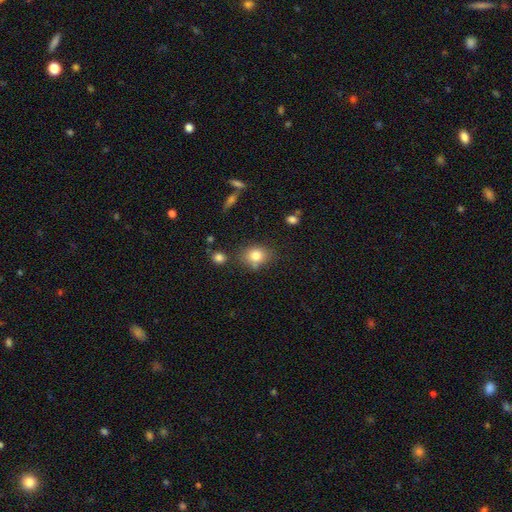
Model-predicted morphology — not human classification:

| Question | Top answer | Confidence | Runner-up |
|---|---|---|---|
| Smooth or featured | smooth | 80% | star or artifact (11%) |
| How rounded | round | 55% | in between (44%) |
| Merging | none | 71% | minor disturbance (17%) |